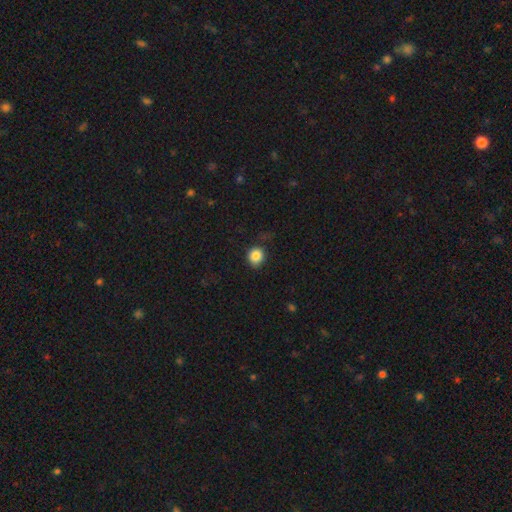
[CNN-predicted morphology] This is clearly a smooth galaxy (85%). How rounded: clearly round (84%). Merging: likely none (79%).